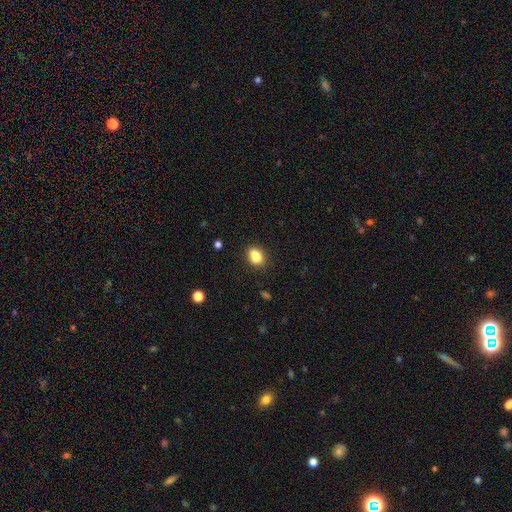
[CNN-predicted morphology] smooth_or_featured: smooth (p=0.86) [alt: star or artifact p=0.09]
how_rounded: in between (p=0.76) [alt: round p=0.22]
merging: none (p=0.83) [alt: minor disturbance p=0.12]